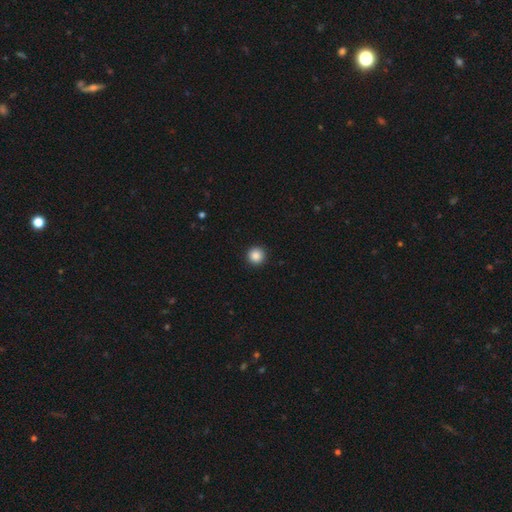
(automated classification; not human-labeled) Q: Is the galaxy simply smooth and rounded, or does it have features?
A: smooth — 87%.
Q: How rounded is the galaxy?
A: round — 96%.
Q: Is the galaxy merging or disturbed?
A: none — 93%.